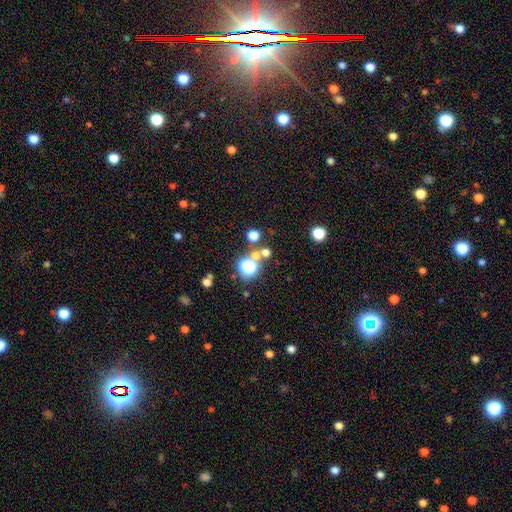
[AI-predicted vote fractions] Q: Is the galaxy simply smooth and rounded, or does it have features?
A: smooth — 52%.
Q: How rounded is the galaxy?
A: round — 88%.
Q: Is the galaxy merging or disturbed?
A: none — 66%.